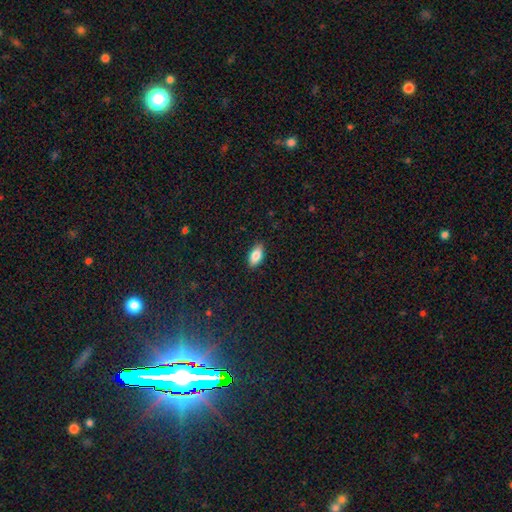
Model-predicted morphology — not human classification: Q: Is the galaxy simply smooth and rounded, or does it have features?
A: smooth — 84%.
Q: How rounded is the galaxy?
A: in between — 91%.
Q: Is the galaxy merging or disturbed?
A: none — 88%.